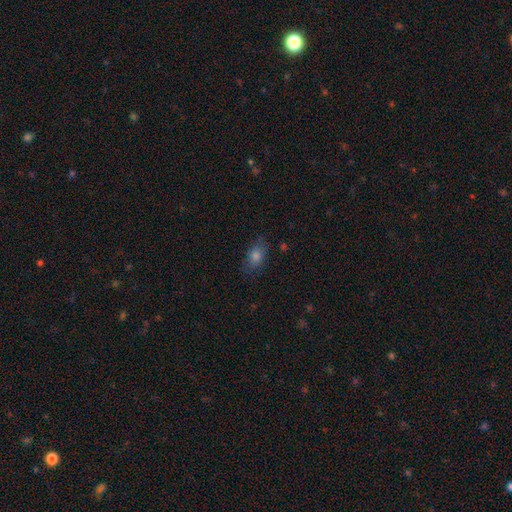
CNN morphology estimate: A smooth galaxy with no disk features (76%) that is in between round and cigar-shaped (80%). Merging: none (80%).